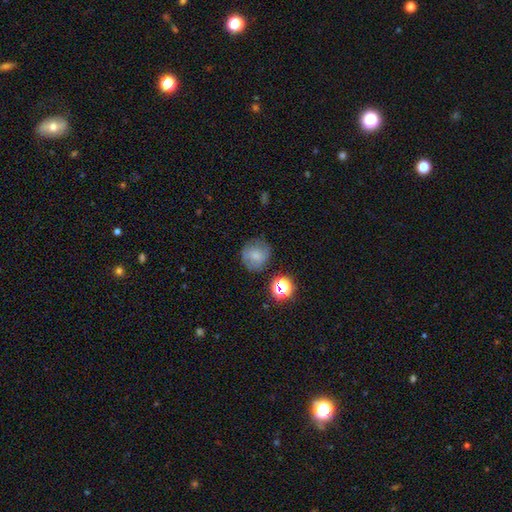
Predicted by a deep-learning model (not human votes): The model was most divided on "smooth or featured": smooth: 68%, featured or disk: 18%, star or artifact: 14%. More confident: how rounded — round (87%); merging — none (70%).